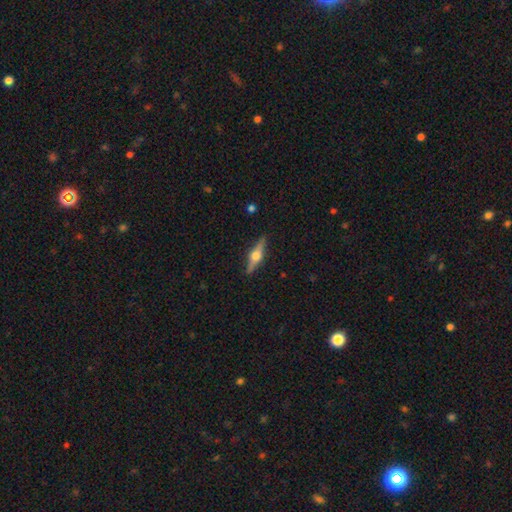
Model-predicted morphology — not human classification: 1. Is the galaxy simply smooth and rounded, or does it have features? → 72% featured or disk, 21% smooth, 6% star or artifact.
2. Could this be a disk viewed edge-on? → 97% yes, 3% no.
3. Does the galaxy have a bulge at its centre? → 95% rounded, 3% boxy, 1% none.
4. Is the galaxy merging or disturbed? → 89% none, 8% minor disturbance, 2% major disturbance, 1% merger.